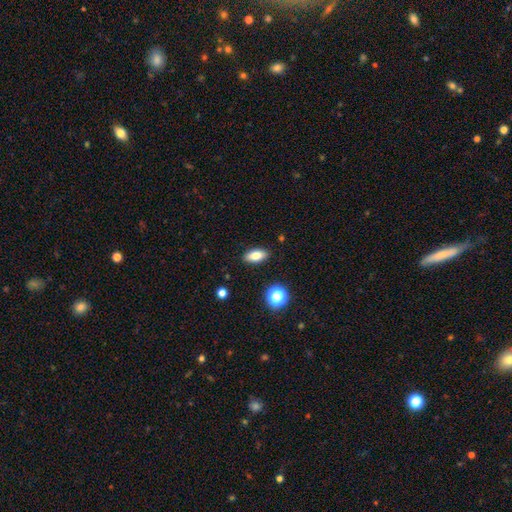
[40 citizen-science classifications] This appears to be a smooth galaxy with no disk features (82%) that is in between round and cigar-shaped (85%). Merging: none (92%).